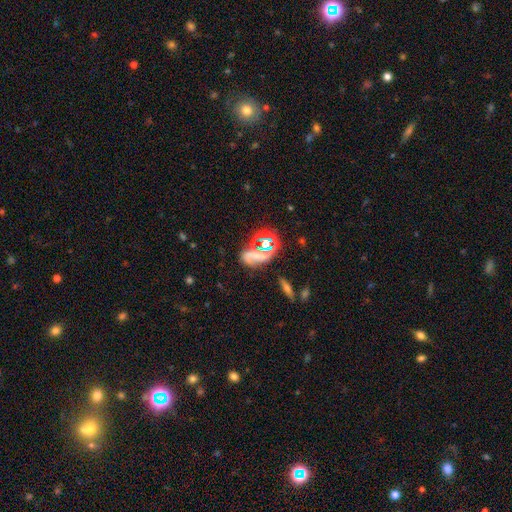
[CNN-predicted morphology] type=smooth (36%); merging=none (56%).